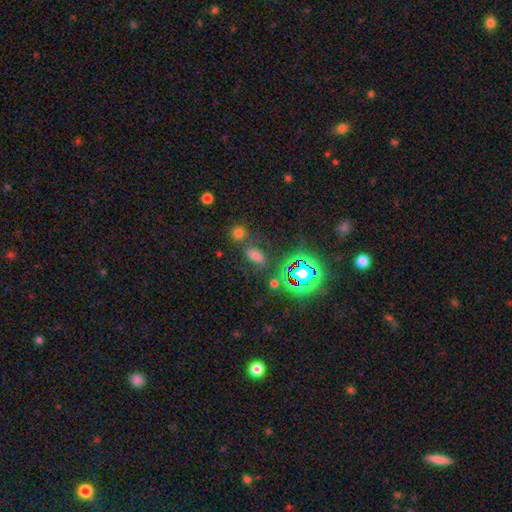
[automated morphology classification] Smooth or featured: smooth — 50% (star or artifact — 37%)
How rounded: in between — 77% (round — 16%)
Merging: none — 67% (minor disturbance — 13%)